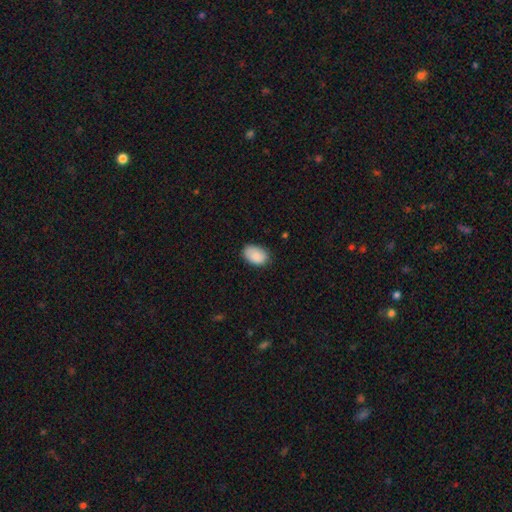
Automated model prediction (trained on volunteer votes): Smooth or featured? smooth (89%)
How rounded? in between (88%)
Merging? none (80%)